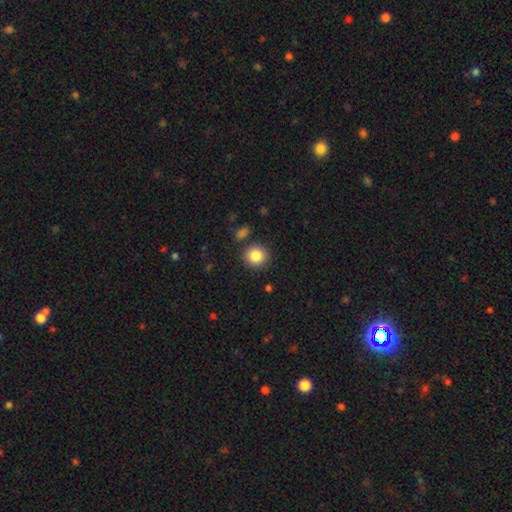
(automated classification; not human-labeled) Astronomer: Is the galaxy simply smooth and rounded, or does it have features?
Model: smooth — 85%.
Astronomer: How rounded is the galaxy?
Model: round — 85%.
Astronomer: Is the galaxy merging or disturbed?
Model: none — 85%.